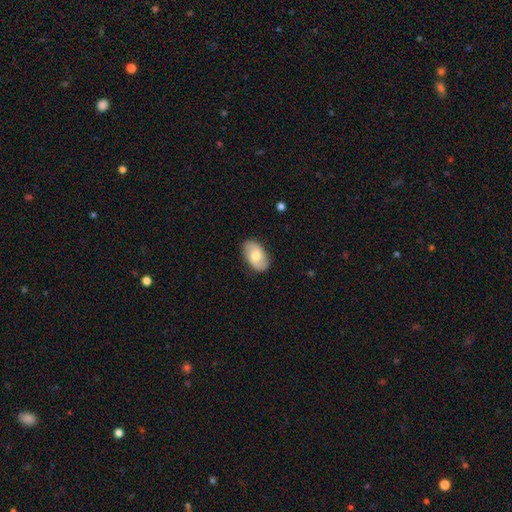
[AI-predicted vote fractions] Morphology: type=smooth (50%); merging=none (86%).